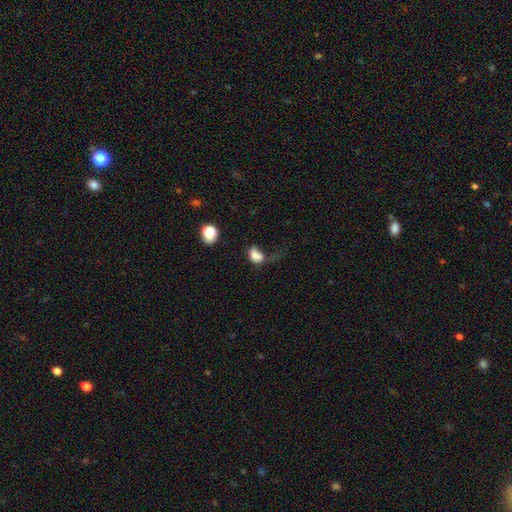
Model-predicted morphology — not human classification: This appears to be a smooth galaxy with no disk features (72%) that is in between round and cigar-shaped (74%). Merging: major disturbance (48%).